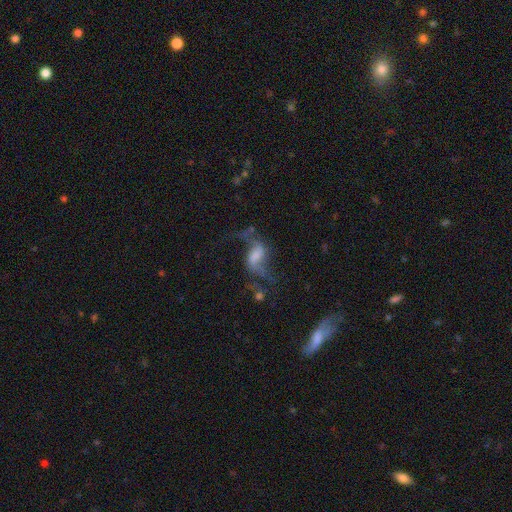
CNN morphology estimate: Smooth or featured?
  - featured or disk: 72% *
  - smooth: 17%
  - star or artifact: 11%
Edge-on disk?
  - no: 94% *
  - yes: 6%
Bar?
  - weak: 48% *
  - no: 27%
  - strong: 24%
Spiral arms?
  - yes: 88% *
  - no: 12%
Spiral winding?
  - loose: 83% *
  - medium: 14%
  - tight: 3%
Spiral arm count?
  - 2: 88% *
  - 1: 5%
  - can't tell: 4%
  - 3: 1%
  - 4: 1%
  - more than 4: 1%
Bulge size?
  - moderate: 29% *
  - small: 28%
  - none: 26%
  - large: 14%
  - dominant: 3%
Merging?
  - none: 48% *
  - major disturbance: 28%
  - minor disturbance: 18%
  - merger: 7%